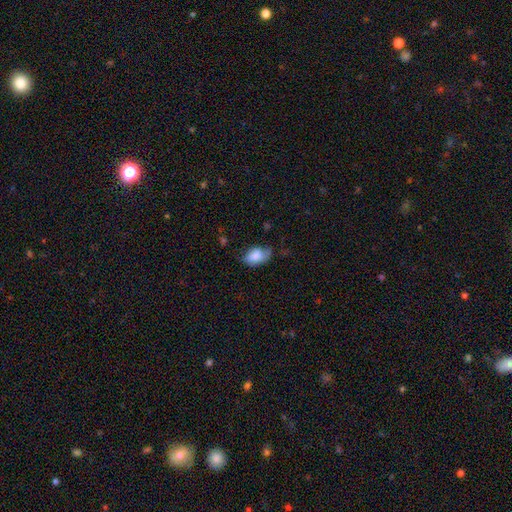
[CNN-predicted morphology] This is likely a smooth galaxy (78%). How rounded: clearly in between (90%). Merging: marginally none (44%).